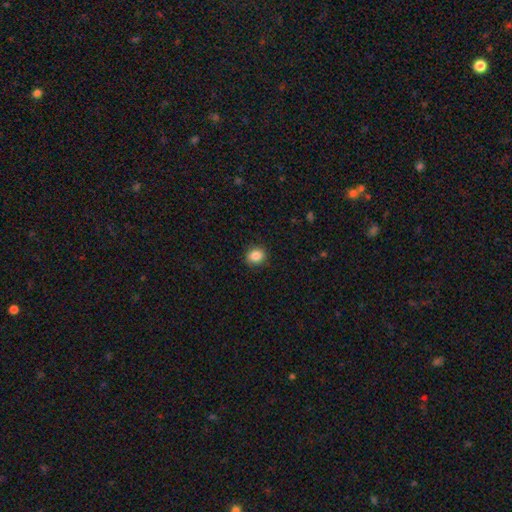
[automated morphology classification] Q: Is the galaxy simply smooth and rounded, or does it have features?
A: smooth — 86%.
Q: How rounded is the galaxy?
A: round — 76%.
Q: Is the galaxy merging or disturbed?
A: none — 90%.